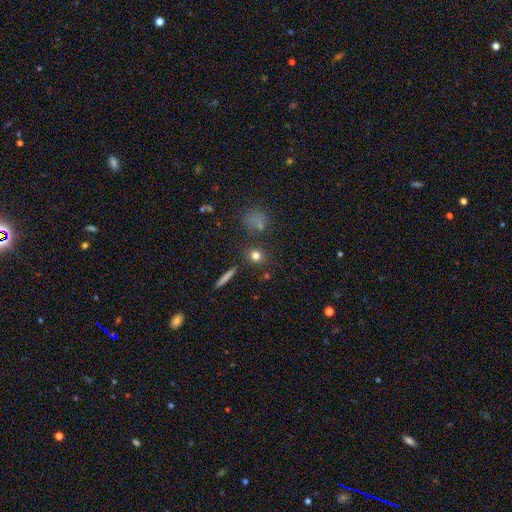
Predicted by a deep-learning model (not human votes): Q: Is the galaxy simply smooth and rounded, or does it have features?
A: smooth — 77%.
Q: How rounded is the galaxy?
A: round — 80%.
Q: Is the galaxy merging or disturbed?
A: none — 81%.